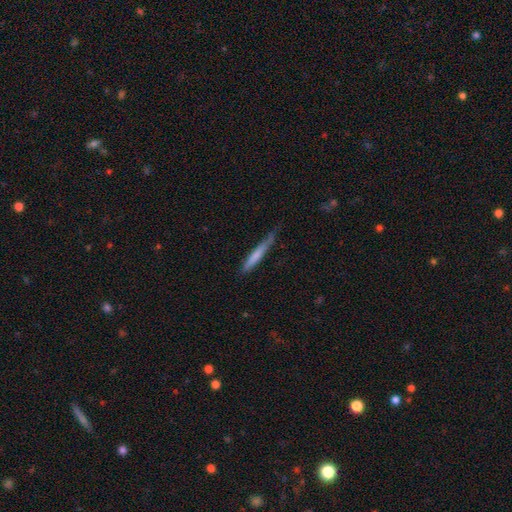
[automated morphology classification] A smooth galaxy with no disk features (66%) that is cigar-shaped (95%).

Vote fractions:
- Smooth or featured? smooth: 66% / featured or disk: 29% / star or artifact: 5%
- How rounded? cigar-shaped: 95% / in between: 4% / round: 1%
- Merging? none: 64% / minor disturbance: 28% / major disturbance: 6% / merger: 2%